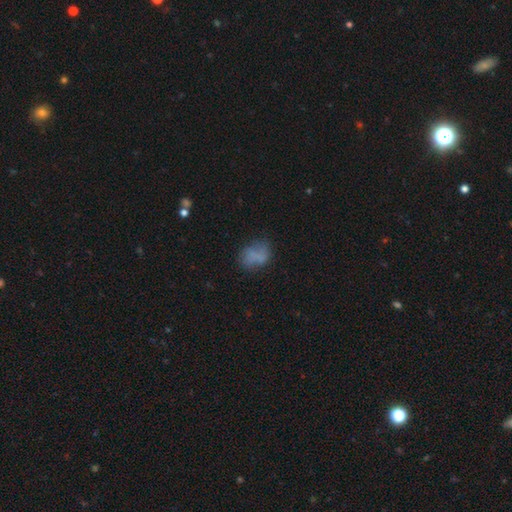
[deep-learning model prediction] Smooth or featured: smooth — 69% (featured or disk — 20%)
How rounded: in between — 68% (round — 30%)
Merging: none — 52% (minor disturbance — 27%)